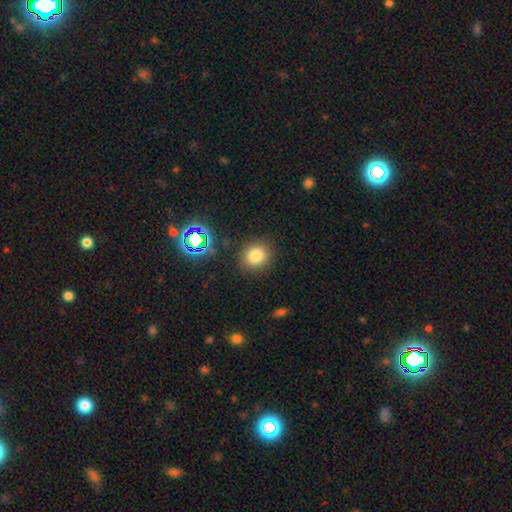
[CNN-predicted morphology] smooth-or-featured: smooth: 78% | star or artifact: 15% | featured or disk: 7%
  how-rounded: round: 82% | in between: 17% | cigar-shaped: 1%
  merging: none: 87% | minor disturbance: 8% | major disturbance: 3% | merger: 2%